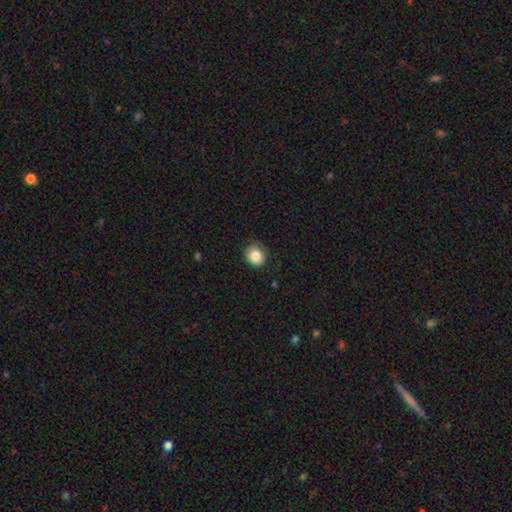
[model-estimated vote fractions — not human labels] A smooth galaxy with no disk features (86%) that is round (77%).

Vote fractions:
- Smooth or featured? smooth: 86% / star or artifact: 9% / featured or disk: 5%
- How rounded? round: 77% / in between: 23% / cigar-shaped: 1%
- Merging? none: 83% / minor disturbance: 13% / major disturbance: 3% / merger: 1%